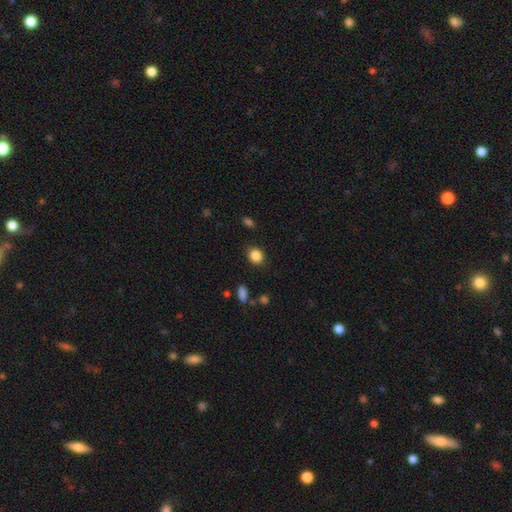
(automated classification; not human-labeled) A smooth galaxy with no disk features (86%) that is round (60%). Merging: none (87%).